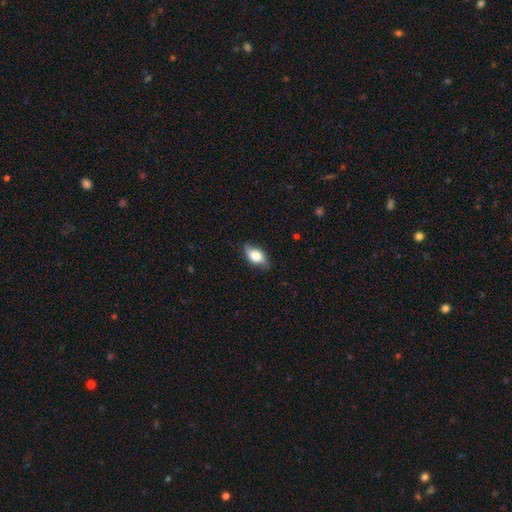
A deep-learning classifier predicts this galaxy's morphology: This is likely a smooth galaxy (72%). How rounded: clearly in between (88%). Merging: likely none (79%).